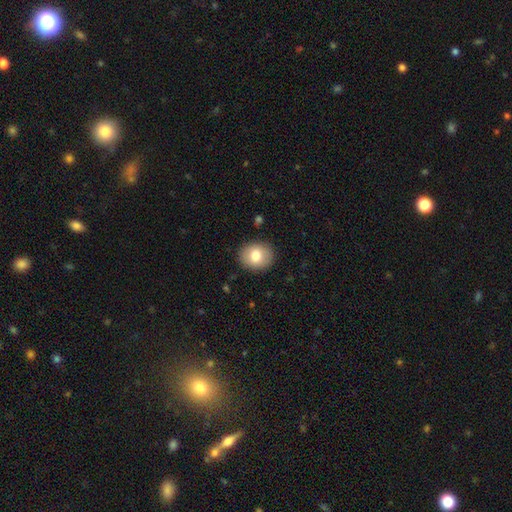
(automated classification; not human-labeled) smooth_or_featured: smooth (p=0.78) [alt: featured or disk p=0.14]
how_rounded: round (p=0.66) [alt: in between p=0.33]
merging: none (p=0.89) [alt: minor disturbance p=0.07]